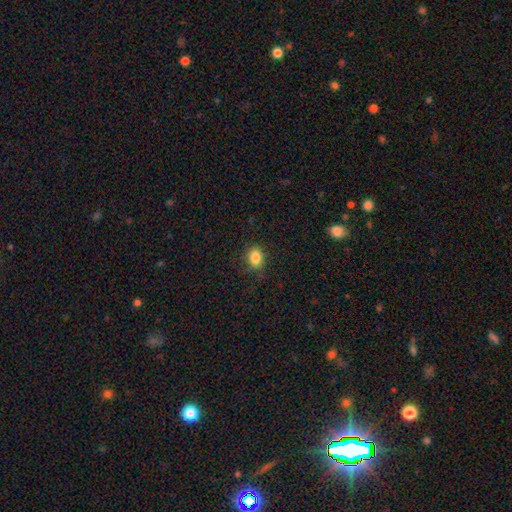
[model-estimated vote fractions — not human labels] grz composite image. It shows a smooth galaxy with no disk features (85%) that is in between round and cigar-shaped (63%). Merging: none (83%).